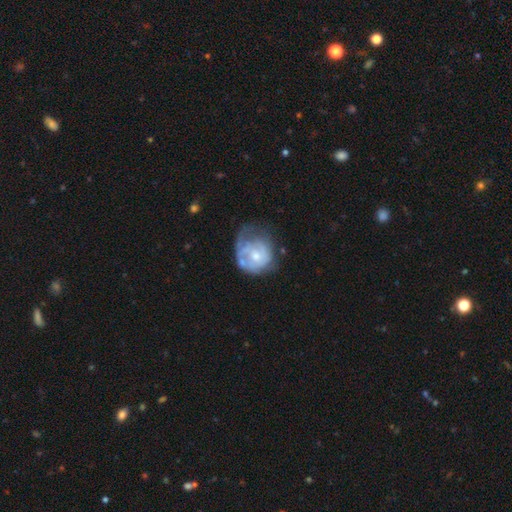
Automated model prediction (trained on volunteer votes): Smooth or featured? featured or disk (60%)
Edge-on disk? no (98%)
Bar? no (78%)
Spiral arms? yes (58%)
Bulge size? small (46%)
Merging? none (35%)